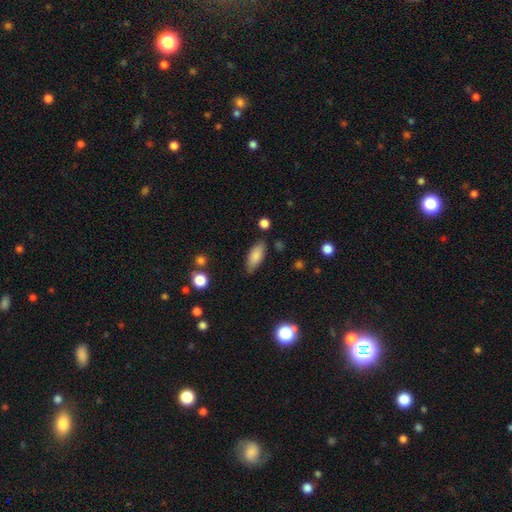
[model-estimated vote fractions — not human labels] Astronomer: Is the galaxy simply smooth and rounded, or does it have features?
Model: smooth — 81%.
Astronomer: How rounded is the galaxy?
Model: in between — 77%.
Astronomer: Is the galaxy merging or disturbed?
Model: none — 77%.